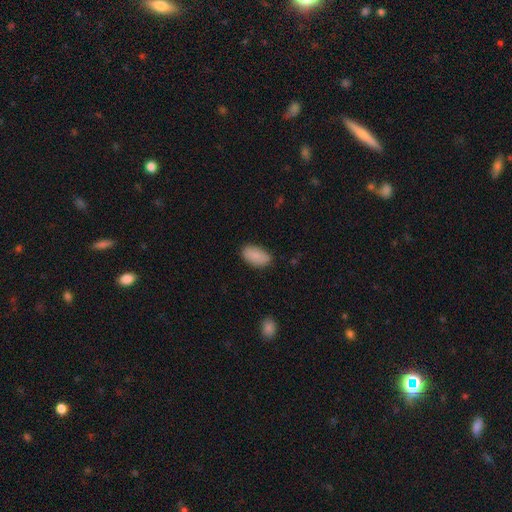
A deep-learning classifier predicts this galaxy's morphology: Overall: smooth (86%). How rounded: in between (93%). Merging: none (82%).